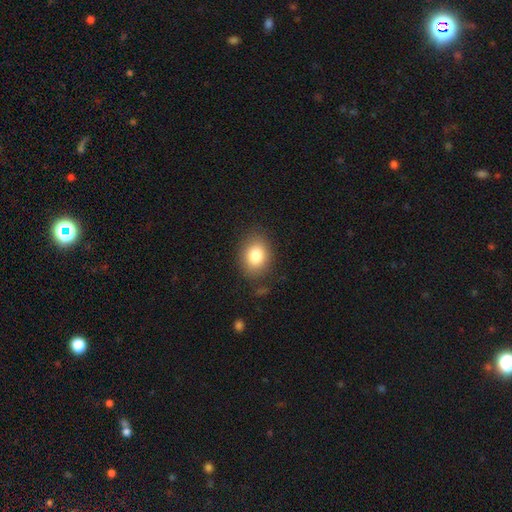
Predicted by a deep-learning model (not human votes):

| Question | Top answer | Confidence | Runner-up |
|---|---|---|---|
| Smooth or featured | smooth | 83% | star or artifact (9%) |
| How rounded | in between | 57% | round (42%) |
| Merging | none | 83% | minor disturbance (12%) |